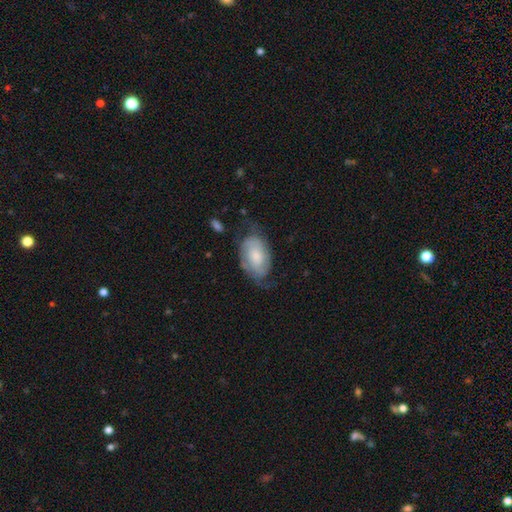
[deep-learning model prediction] Morphology: type=featured or disk (61%); edge-on=no (96%); bar=no (68%); spiral arms=yes (86%); bulge=small (38%, tied with moderate); merging=none (55%).